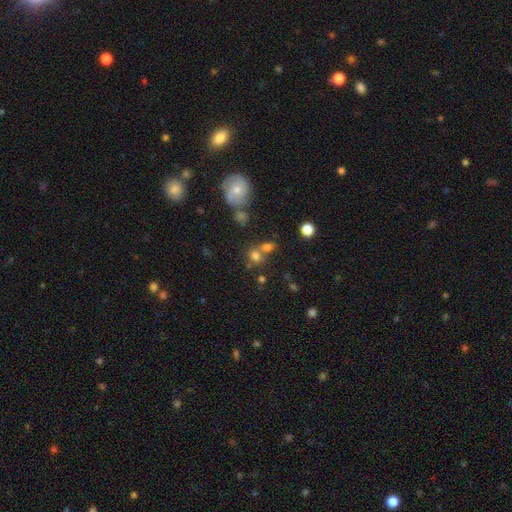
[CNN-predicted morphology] Smooth or featured?
  - smooth: 71% *
  - star or artifact: 17%
  - featured or disk: 12%
How rounded?
  - round: 69% *
  - in between: 29%
  - cigar-shaped: 1%
Merging?
  - none: 48% *
  - merger: 37%
  - minor disturbance: 10%
  - major disturbance: 5%